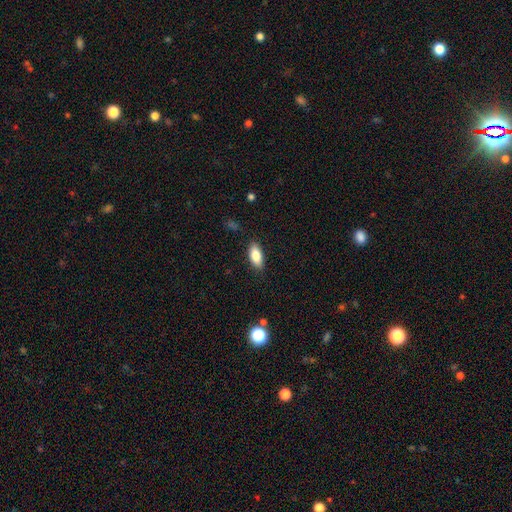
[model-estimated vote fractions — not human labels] smooth-or-featured: smooth: 83% | featured or disk: 10% | star or artifact: 7%
  how-rounded: in between: 86% | cigar-shaped: 11% | round: 3%
  merging: none: 86% | minor disturbance: 10% | major disturbance: 2% | merger: 1%